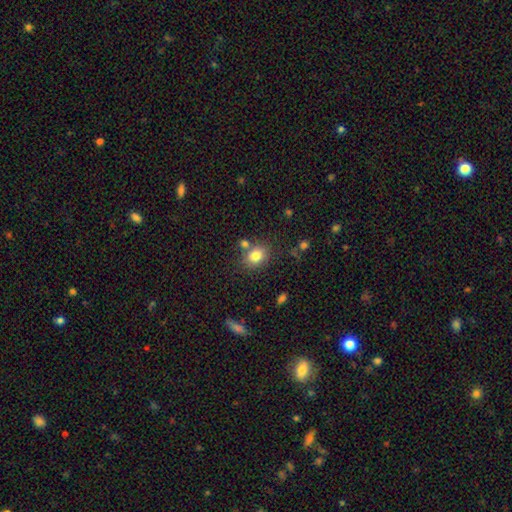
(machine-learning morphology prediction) A smooth galaxy with no disk features (80%) that is in between round and cigar-shaped (50%).

Vote fractions:
- Smooth or featured? smooth: 80% / star or artifact: 11% / featured or disk: 9%
- How rounded? in between: 50% / round: 49% / cigar-shaped: 1%
- Merging? none: 70% / merger: 13% / minor disturbance: 13% / major disturbance: 4%